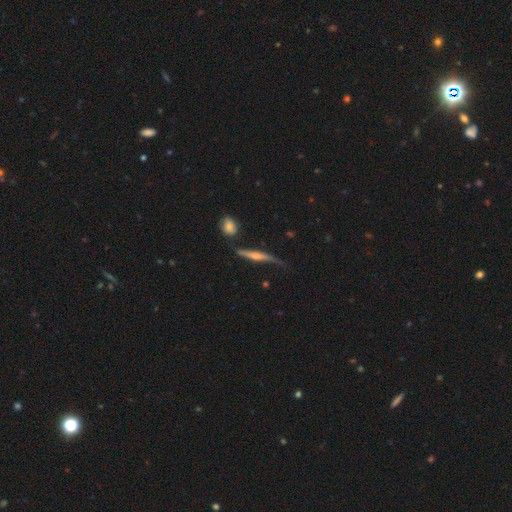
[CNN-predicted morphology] The model was most divided on "merging": none: 70%, minor disturbance: 19%, merger: 6%, major disturbance: 6%. More confident: edge-on disk — yes (94%); edge-on bulge — rounded (78%); smooth or featured — featured or disk (74%).